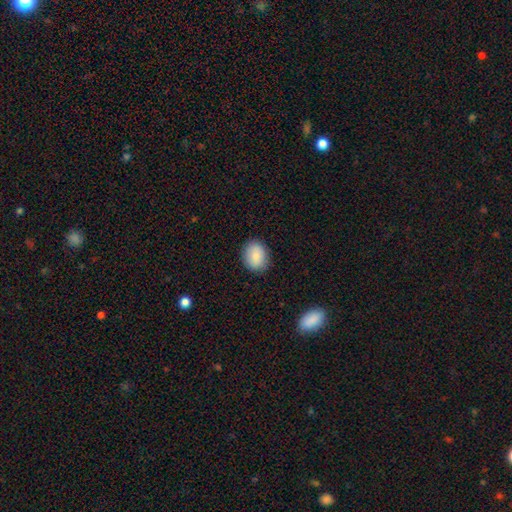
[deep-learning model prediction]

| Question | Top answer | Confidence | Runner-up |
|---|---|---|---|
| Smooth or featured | smooth | 83% | featured or disk (10%) |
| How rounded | in between | 50% | tied: round (50%) |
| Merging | none | 87% | minor disturbance (10%) |